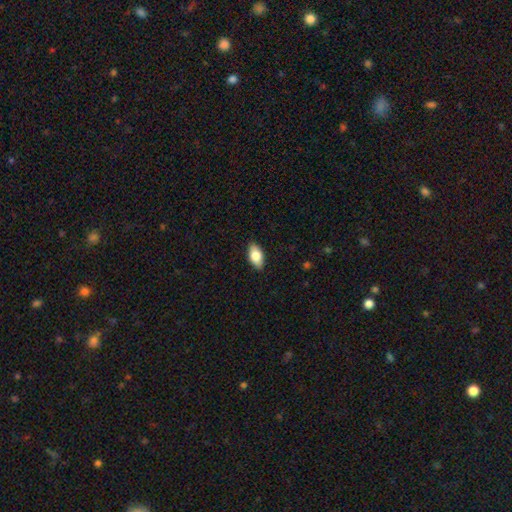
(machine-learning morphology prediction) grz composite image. It shows a smooth galaxy with no disk features (78%) that is in between round and cigar-shaped (91%). Merging: none (87%).